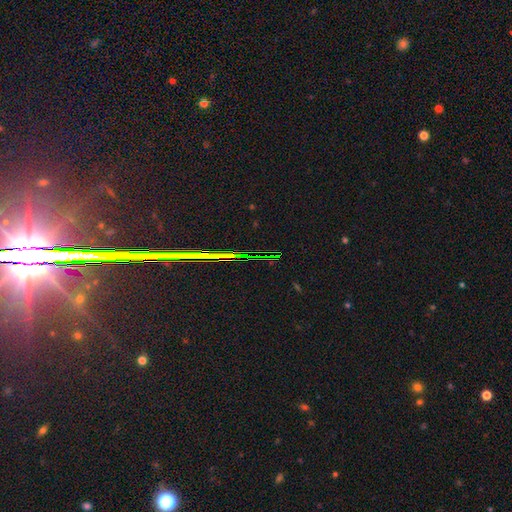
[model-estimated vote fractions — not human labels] star or artifact 81%, featured or disk 10%, smooth 9%.